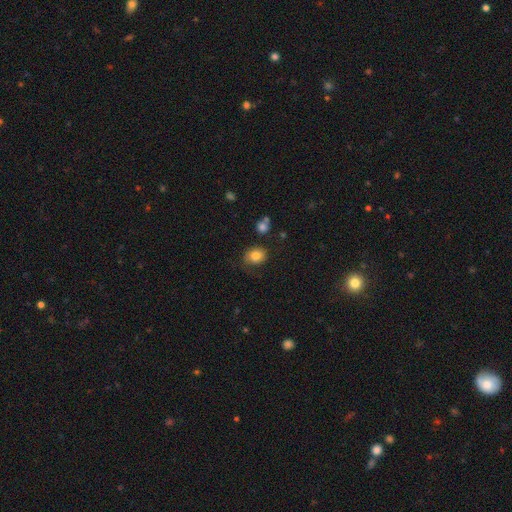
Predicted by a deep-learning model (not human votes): Smooth or featured? smooth (81%)
How rounded? round (60%)
Merging? none (66%)